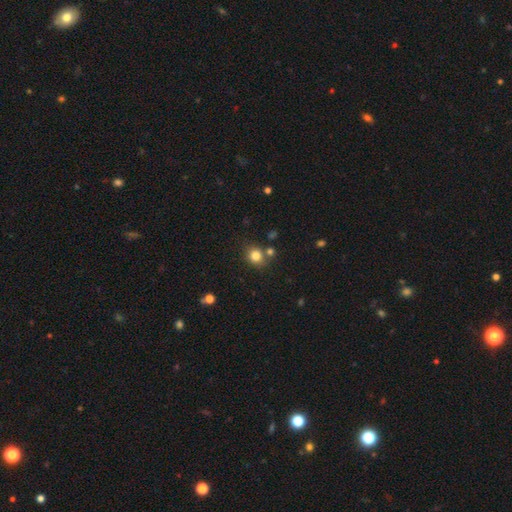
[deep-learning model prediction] This appears to be a smooth galaxy with no disk features (82%) that is round (81%). Merging: none (72%).